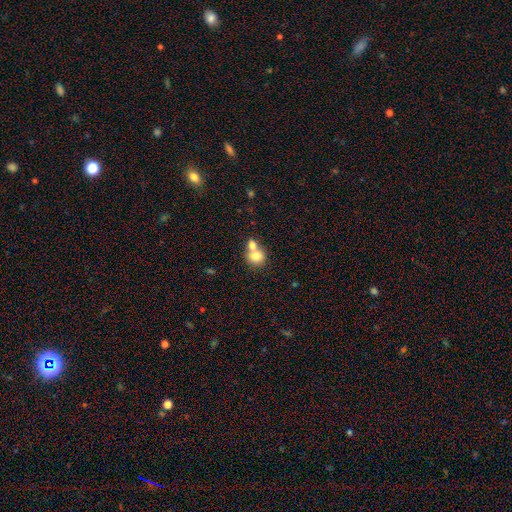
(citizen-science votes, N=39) Q: Smooth or featured?
A: smooth (77%); runner-up: featured or disk (15%)
Q: How rounded?
A: round (53%); runner-up: in between (47%)
Q: Merging?
A: merger (67%); runner-up: none (28%)